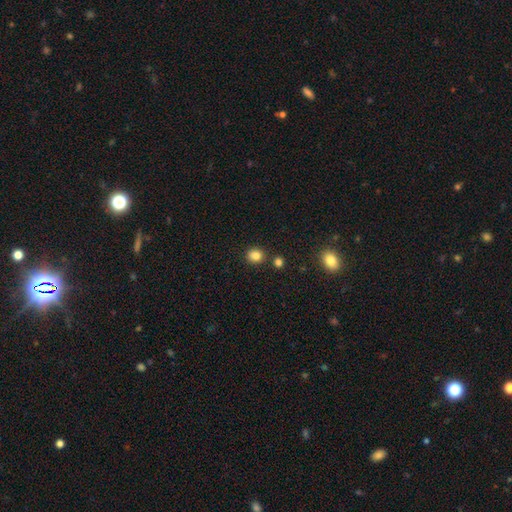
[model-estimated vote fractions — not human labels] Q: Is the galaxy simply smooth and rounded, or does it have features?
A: smooth — 83%.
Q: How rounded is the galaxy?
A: round — 81%.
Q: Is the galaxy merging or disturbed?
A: none — 81%.